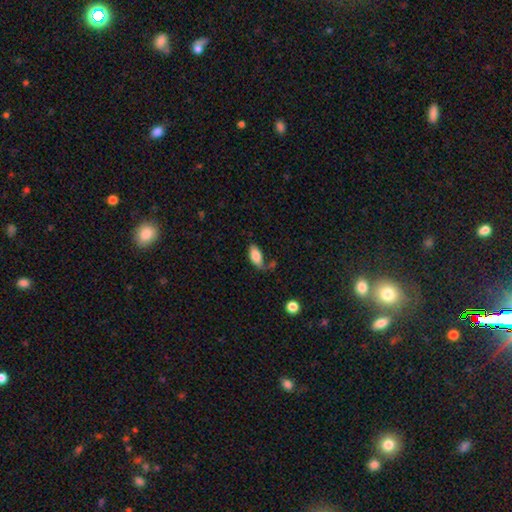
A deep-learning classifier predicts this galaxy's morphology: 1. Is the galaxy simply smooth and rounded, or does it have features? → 81% smooth, 12% featured or disk, 7% star or artifact.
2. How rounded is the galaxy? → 90% in between, 7% cigar-shaped, 3% round.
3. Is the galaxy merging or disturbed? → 50% none, 25% minor disturbance, 13% merger, 12% major disturbance.